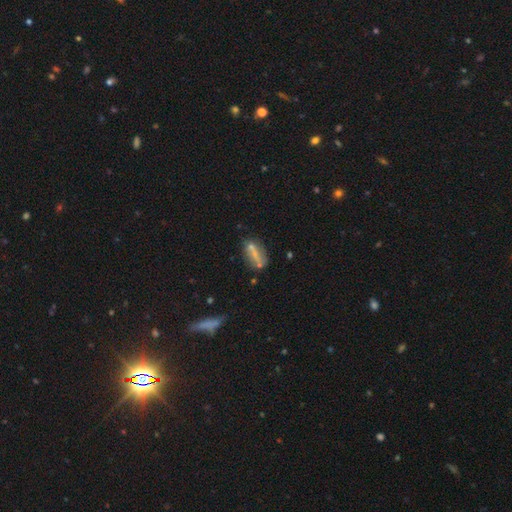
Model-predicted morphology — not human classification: A smooth galaxy with no disk features (54%) that is in between round and cigar-shaped (68%).

Vote fractions:
- Smooth or featured? smooth: 54% / featured or disk: 35% / star or artifact: 11%
- How rounded? in between: 68% / cigar-shaped: 25% / round: 7%
- Merging? none: 49% / minor disturbance: 22% / merger: 18% / major disturbance: 11%